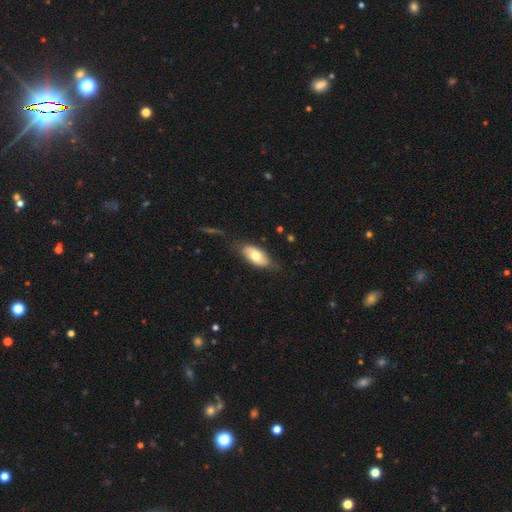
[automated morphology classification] Overall: smooth (70%). How rounded: in between (91%). Merging: none (71%).